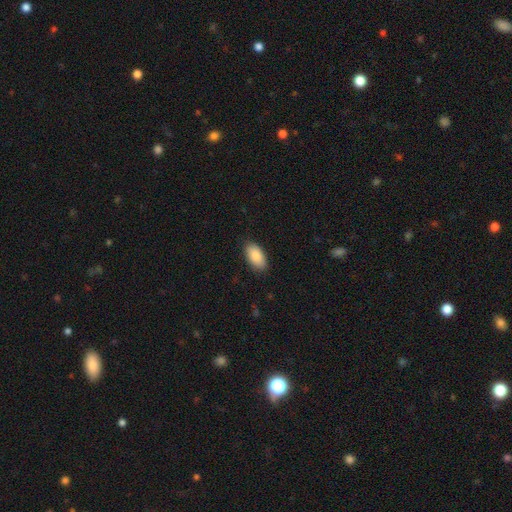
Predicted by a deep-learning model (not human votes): Smooth or featured: smooth — 88% (star or artifact — 6%)
How rounded: in between — 94% (cigar-shaped — 3%)
Merging: none — 87% (minor disturbance — 10%)